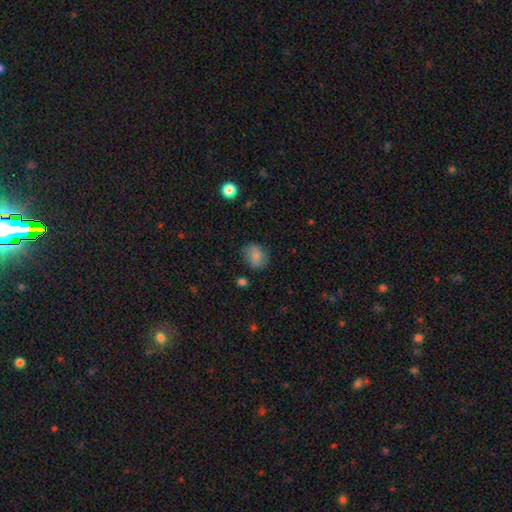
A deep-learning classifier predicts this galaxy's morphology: The model was most divided on "how rounded": round: 55%, in between: 44%, cigar-shaped: 1%. More confident: smooth or featured — smooth (77%); merging — none (71%).